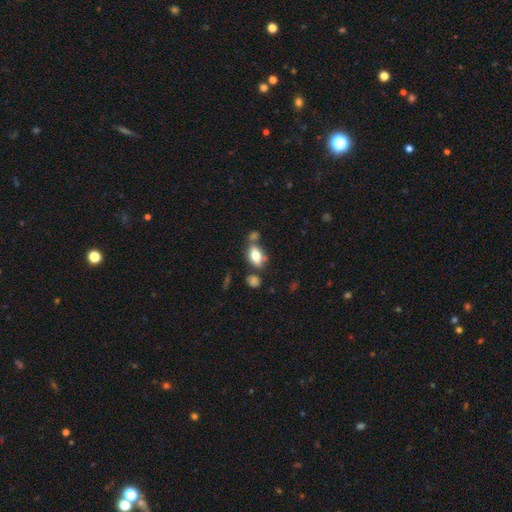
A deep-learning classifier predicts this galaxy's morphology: This is likely a smooth galaxy (73%). How rounded: clearly in between (86%). Merging: possibly none (55%).